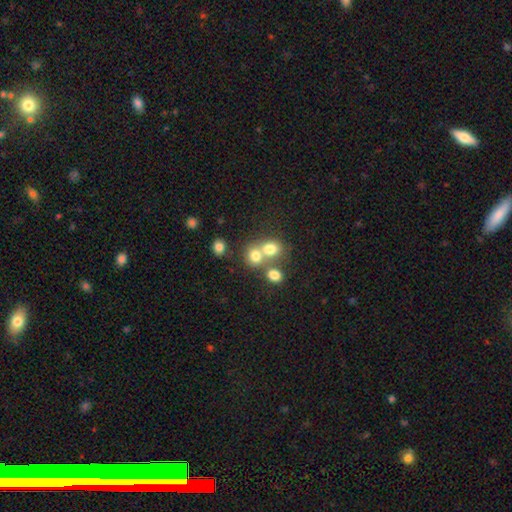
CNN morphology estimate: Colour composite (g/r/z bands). It shows a smooth galaxy with no disk features (74%) that is round (68%). Merging: merger (51%).